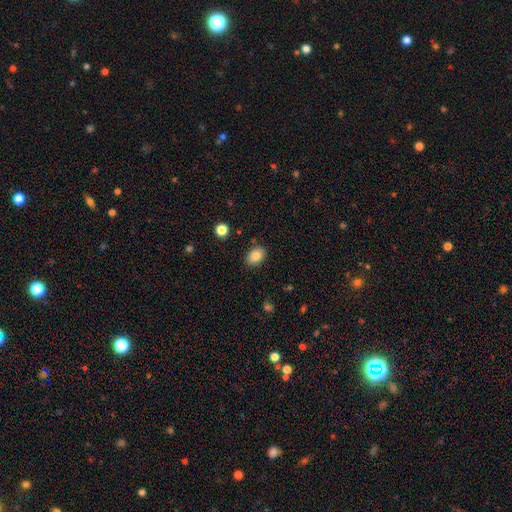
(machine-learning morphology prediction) smooth_or_featured: smooth (p=0.85) [alt: star or artifact p=0.09]
how_rounded: in between (p=0.76) [alt: round p=0.23]
merging: none (p=0.85) [alt: minor disturbance p=0.10]